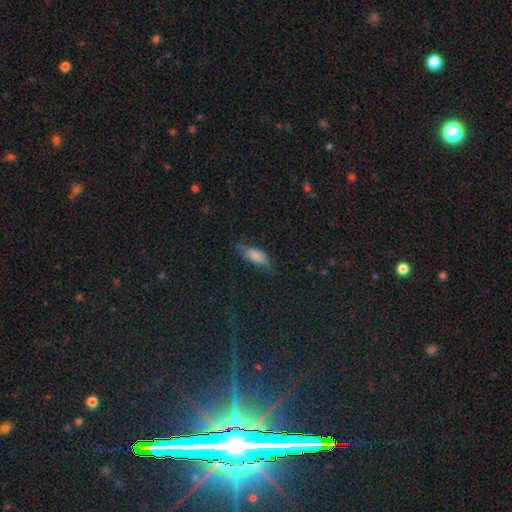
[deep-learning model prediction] Smooth or featured? smooth (66%)
How rounded? in between (72%)
Merging? none (61%)